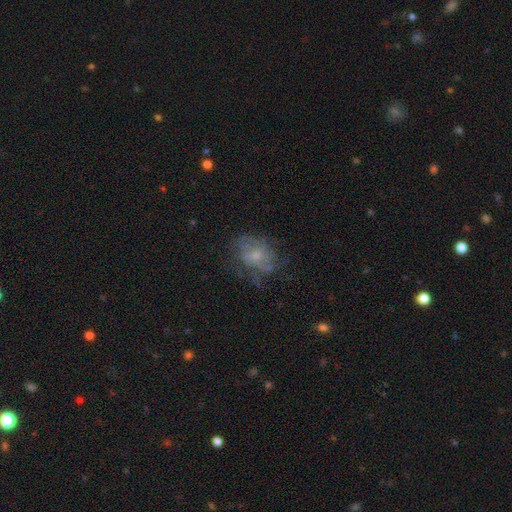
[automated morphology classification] The model was most divided on "spiral arms": yes: 54%, no: 46%. Remaining: edge-on disk — no (97%); bar — no (74%); smooth or featured — featured or disk (54%); merging — none (53%); bulge size — small (47%).